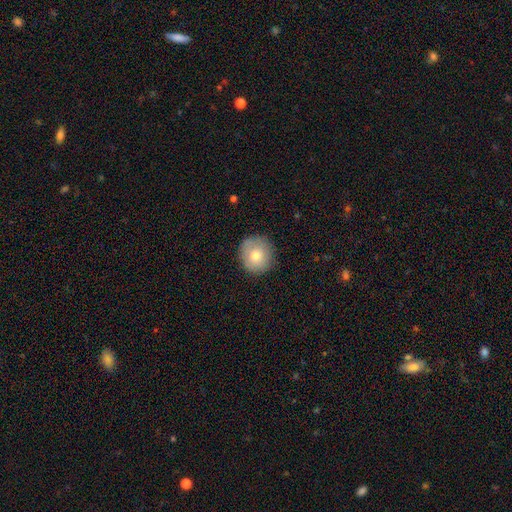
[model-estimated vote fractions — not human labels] smooth-or-featured: smooth: 76% | featured or disk: 15% | star or artifact: 9%
  how-rounded: round: 89% | in between: 10% | cigar-shaped: 1%
  merging: none: 85% | minor disturbance: 11% | major disturbance: 3% | merger: 1%